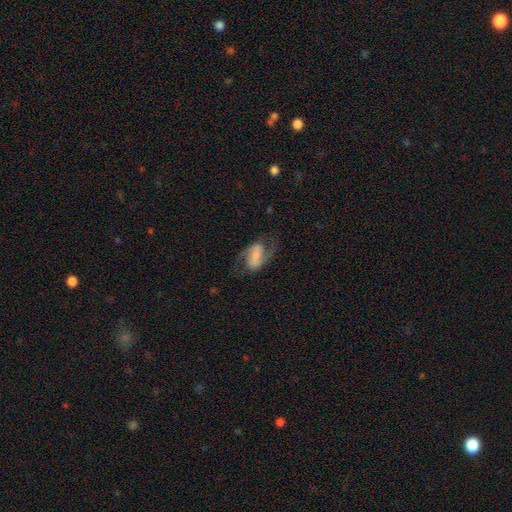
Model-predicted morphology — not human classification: featured or disk 79%, smooth 14%, star or artifact 7%. Down the decision tree: edge-on disk — no (97%); bar — strong (46%); spiral arms — yes (93%); spiral arm count — 2 (92%); spiral winding — medium (51%); bulge size — small (43%); merging — none (71%).